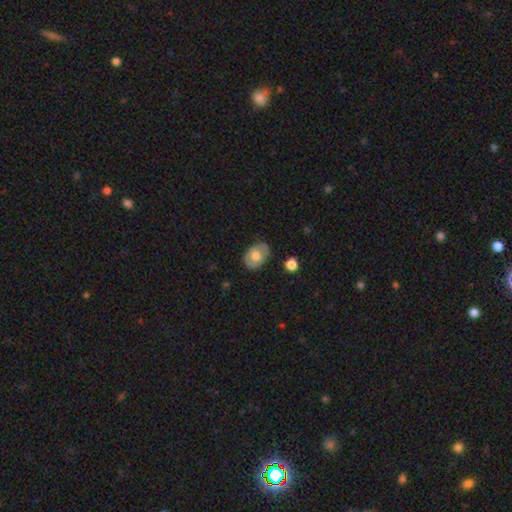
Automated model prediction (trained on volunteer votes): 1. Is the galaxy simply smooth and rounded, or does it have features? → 57% smooth, 36% featured or disk, 7% star or artifact.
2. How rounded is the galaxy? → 76% in between, 23% round, 1% cigar-shaped.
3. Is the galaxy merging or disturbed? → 74% none, 19% minor disturbance, 5% major disturbance, 2% merger.